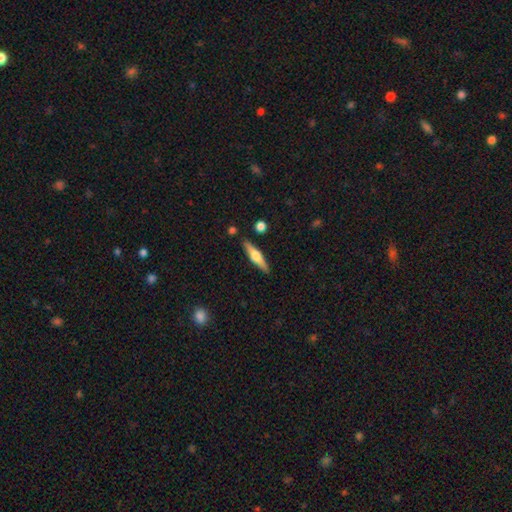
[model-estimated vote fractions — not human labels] Smooth or featured? Predicted: featured or disk (p=0.59). Edge-on disk? Predicted: yes (p=0.96). Edge-on bulge? Predicted: rounded (p=0.91). Merging? Predicted: none (p=0.87).